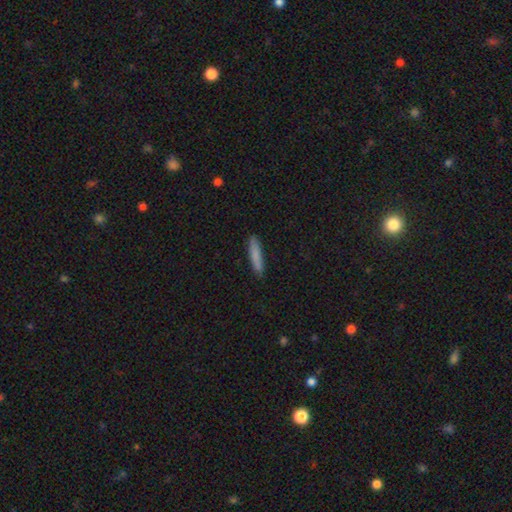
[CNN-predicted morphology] A smooth galaxy with no disk features (82%) that is cigar-shaped (88%). Merging: none (87%).